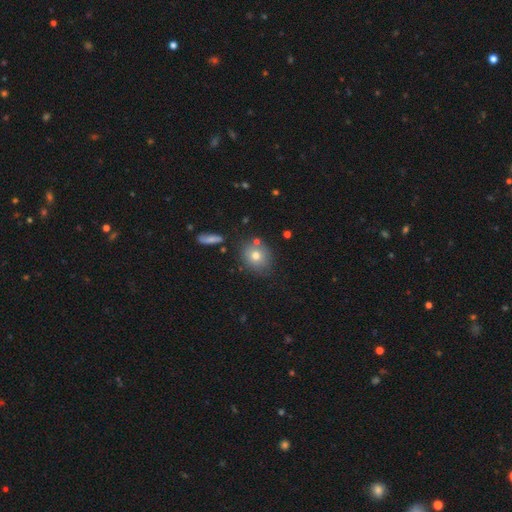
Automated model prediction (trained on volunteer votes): Smooth or featured? smooth (73%)
How rounded? round (72%)
Merging? none (77%)